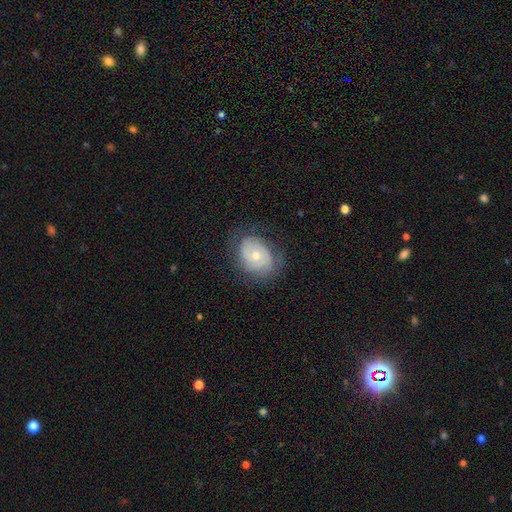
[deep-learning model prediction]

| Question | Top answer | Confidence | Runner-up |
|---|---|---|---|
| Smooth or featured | featured or disk | 57% | smooth (36%) |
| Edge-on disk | no | 96% | yes (4%) |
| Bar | no | 78% | weak (19%) |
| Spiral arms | yes | 76% | no (24%) |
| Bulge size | moderate | 52% | small (44%) |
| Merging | none | 69% | minor disturbance (22%) |